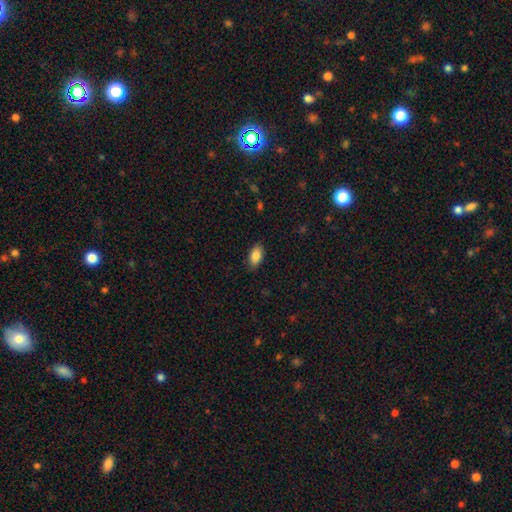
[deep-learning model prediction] Smooth or featured? Predicted: smooth (p=0.86). How rounded? Predicted: in between (p=0.92). Merging? Predicted: none (p=0.86).